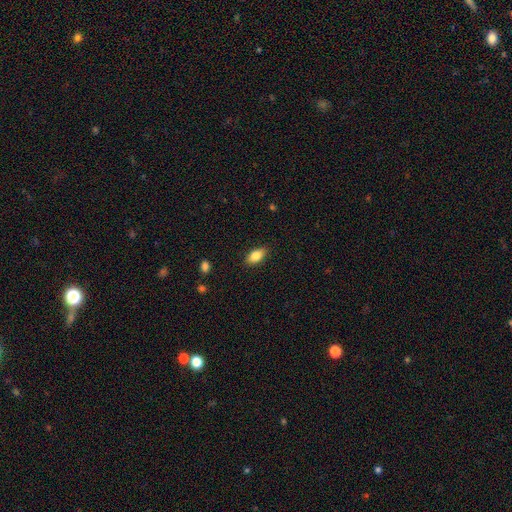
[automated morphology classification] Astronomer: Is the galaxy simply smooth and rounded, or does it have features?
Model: smooth — 83%.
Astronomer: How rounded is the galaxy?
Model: in between — 90%.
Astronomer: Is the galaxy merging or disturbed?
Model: none — 87%.